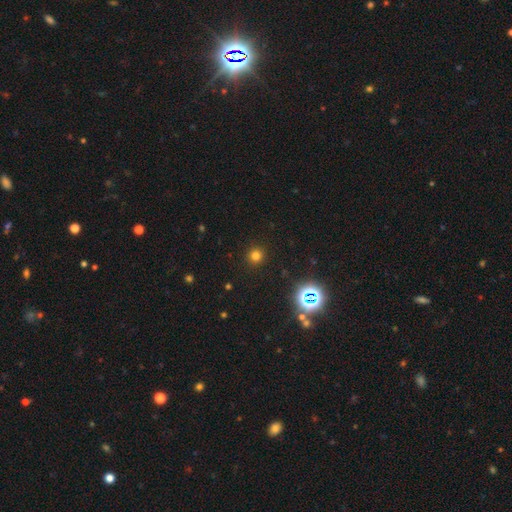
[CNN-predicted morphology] Q: Smooth or featured?
A: smooth (75%); runner-up: star or artifact (20%)
Q: How rounded?
A: round (94%); runner-up: in between (5%)
Q: Merging?
A: none (91%); runner-up: minor disturbance (5%)